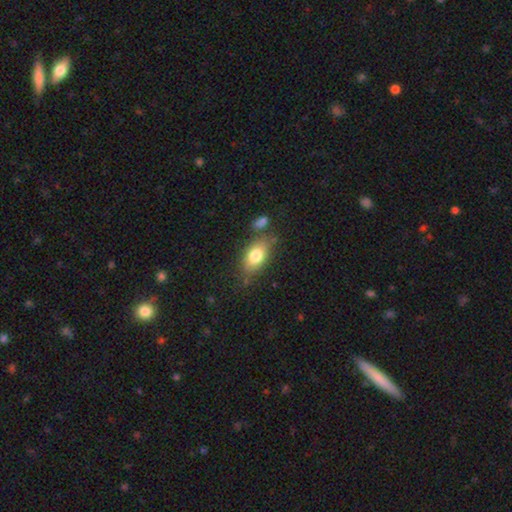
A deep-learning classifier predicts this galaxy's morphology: The model was most divided on "merging": none: 69%, minor disturbance: 17%, merger: 9%, major disturbance: 5%. More confident: how rounded — in between (86%); smooth or featured — smooth (78%).